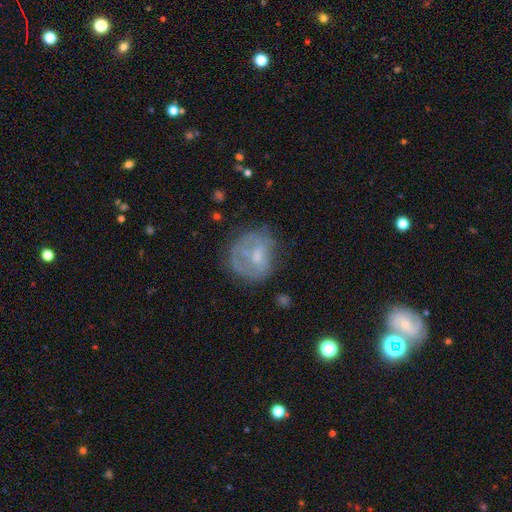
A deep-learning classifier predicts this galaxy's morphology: The model was most divided on "smooth or featured": featured or disk: 46%, smooth: 44%, star or artifact: 9%. Remaining: merging — none (50%).